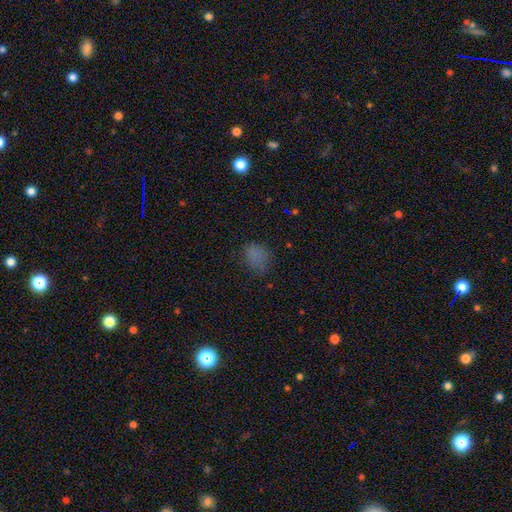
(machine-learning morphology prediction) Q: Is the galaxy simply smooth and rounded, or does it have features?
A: smooth — 71%.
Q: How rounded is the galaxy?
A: in between — 57%.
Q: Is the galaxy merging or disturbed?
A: none — 63%.